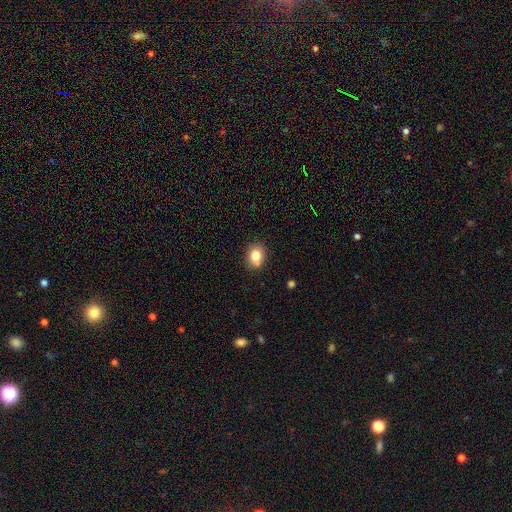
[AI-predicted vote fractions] Overall: smooth (82%). How rounded: in between (55%; round 44%). Merging: none (75%).